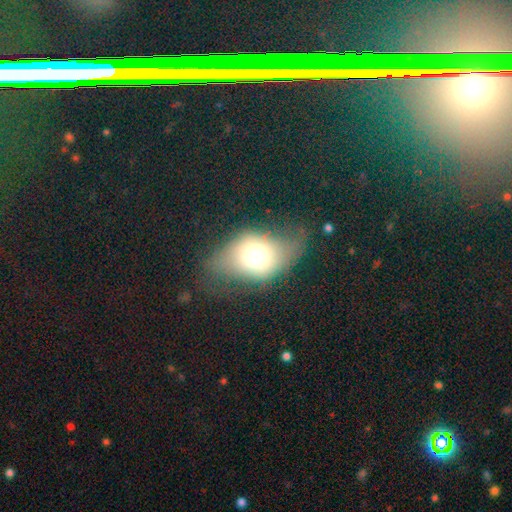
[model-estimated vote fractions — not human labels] Smooth or featured? Predicted: smooth (p=0.59). How rounded? Predicted: in between (p=0.79). Merging? Predicted: none (p=0.42).